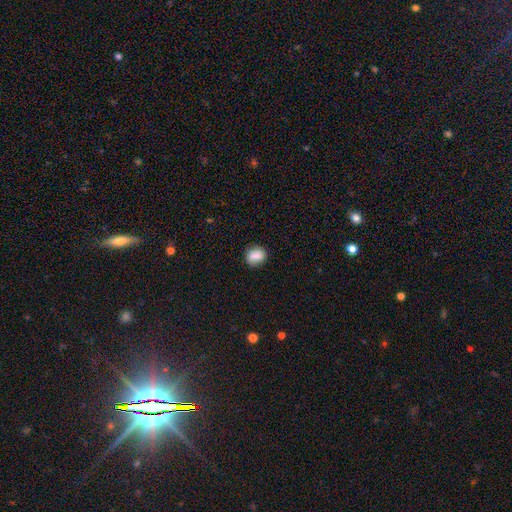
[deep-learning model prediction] smooth 83%, featured or disk 8%, star or artifact 8%. Down the decision tree: how rounded — round (57%); merging — none (82%).